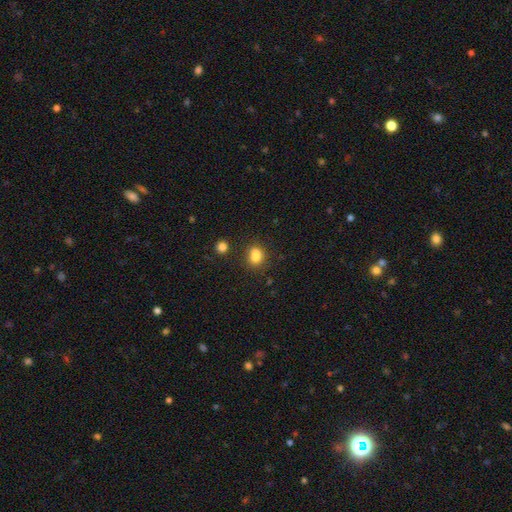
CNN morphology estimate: A smooth galaxy with no disk features (79%) that is round (59%).

Vote fractions:
- Smooth or featured? smooth: 79% / star or artifact: 12% / featured or disk: 9%
- How rounded? round: 59% / in between: 39% / cigar-shaped: 1%
- Merging? none: 55% / merger: 25% / minor disturbance: 15% / major disturbance: 5%